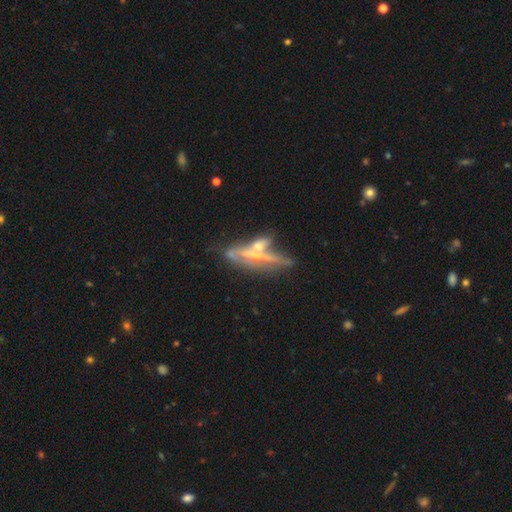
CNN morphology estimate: This appears to be a featured or disk galaxy (66%) viewed edge-on (78%) with a rounded central bulge (48%). Merging: none (38%, tied with merger).